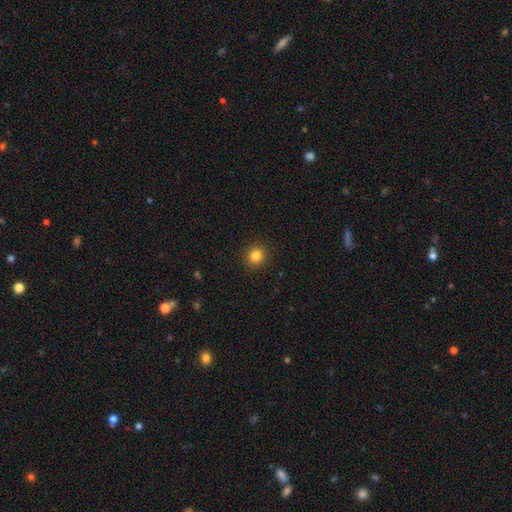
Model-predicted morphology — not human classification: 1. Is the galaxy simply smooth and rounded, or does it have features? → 83% smooth, 12% star or artifact, 5% featured or disk.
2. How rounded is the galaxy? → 89% round, 10% in between, 1% cigar-shaped.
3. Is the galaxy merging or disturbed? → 92% none, 5% minor disturbance, 2% major disturbance, 1% merger.